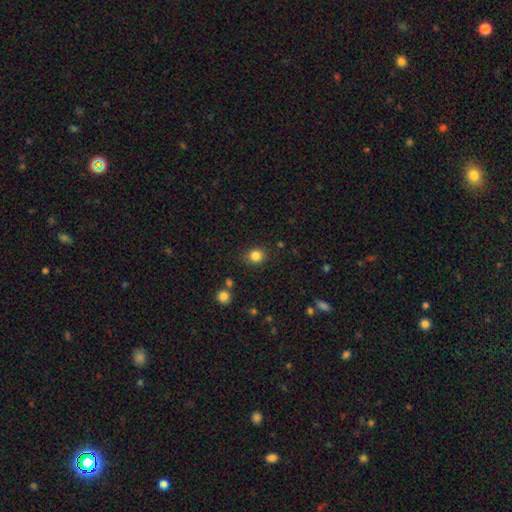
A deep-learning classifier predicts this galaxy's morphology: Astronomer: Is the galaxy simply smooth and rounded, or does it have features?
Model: smooth — 84%.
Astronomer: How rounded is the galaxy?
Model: round — 78%.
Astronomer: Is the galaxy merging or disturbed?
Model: none — 86%.